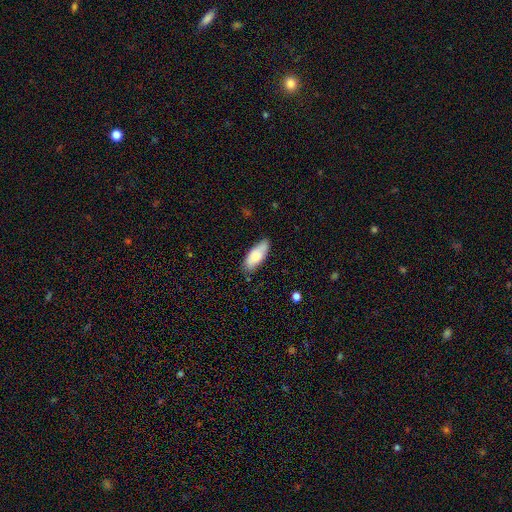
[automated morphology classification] Overall: smooth (79%). How rounded: in between (80%). Merging: none (75%).